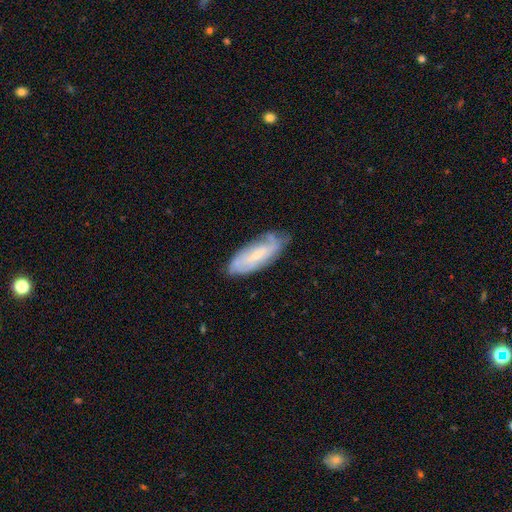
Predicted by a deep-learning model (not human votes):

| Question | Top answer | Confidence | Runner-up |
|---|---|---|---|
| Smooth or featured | featured or disk | 61% | smooth (32%) |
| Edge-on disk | no | 85% | yes (15%) |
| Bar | no | 53% | weak (35%) |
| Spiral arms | yes | 78% | no (22%) |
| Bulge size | small | 73% | moderate (21%) |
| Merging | none | 69% | minor disturbance (24%) |